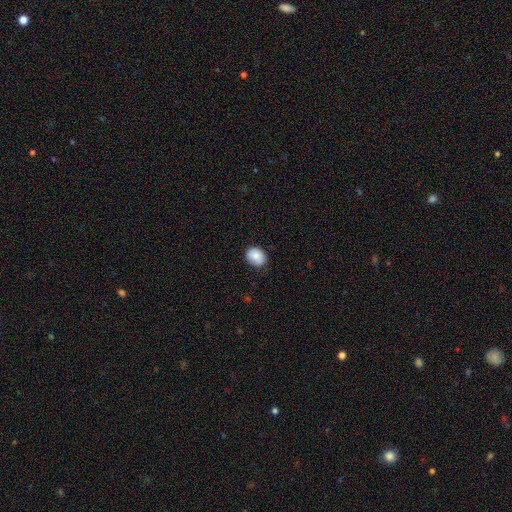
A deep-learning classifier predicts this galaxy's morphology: smooth_or_featured: smooth (p=0.84) [alt: star or artifact p=0.08]
how_rounded: round (p=0.55) [alt: in between p=0.44]
merging: none (p=0.76) [alt: minor disturbance p=0.19]